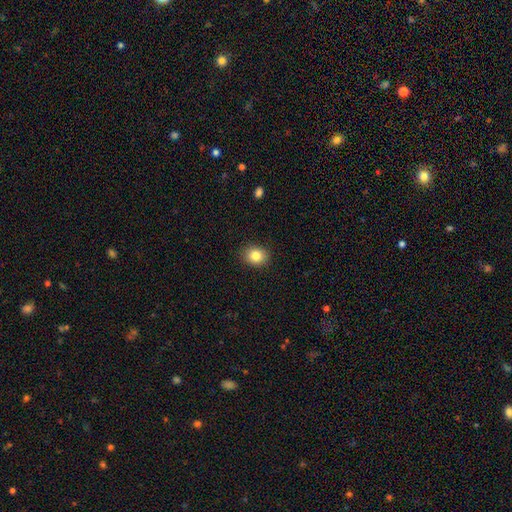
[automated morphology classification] A smooth galaxy with no disk features (83%) that is round (62%).

Vote fractions:
- Smooth or featured? smooth: 83% / star or artifact: 10% / featured or disk: 7%
- How rounded? round: 62% / in between: 37% / cigar-shaped: 1%
- Merging? none: 89% / minor disturbance: 8% / major disturbance: 2% / merger: 1%